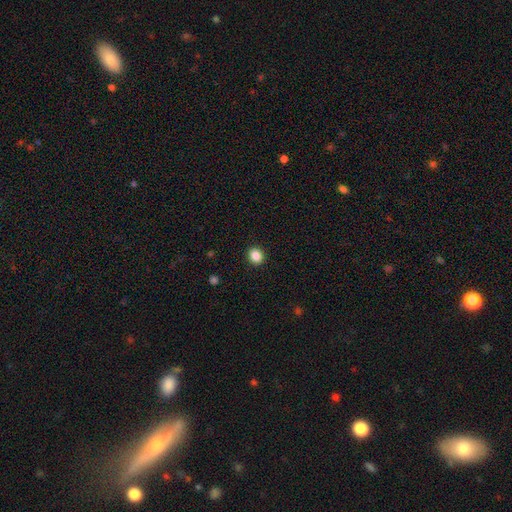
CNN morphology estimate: Smooth or featured? Predicted: smooth (p=0.86). How rounded? Predicted: round (p=0.75). Merging? Predicted: none (p=0.92).